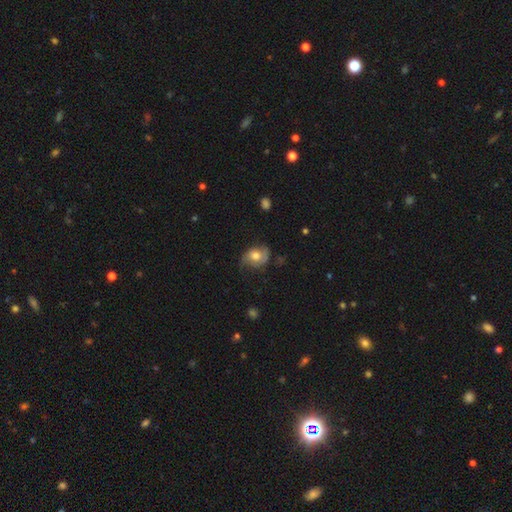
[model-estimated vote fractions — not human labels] smooth 51%, featured or disk 41%, star or artifact 8%. Down the decision tree: how rounded — in between (57%); merging — none (55%).